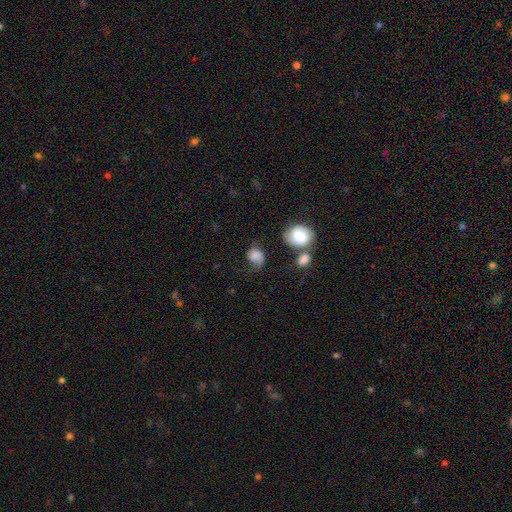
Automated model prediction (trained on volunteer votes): smooth 65%, featured or disk 25%, star or artifact 10%. Down the decision tree: how rounded — in between (52%); merging — none (38%).